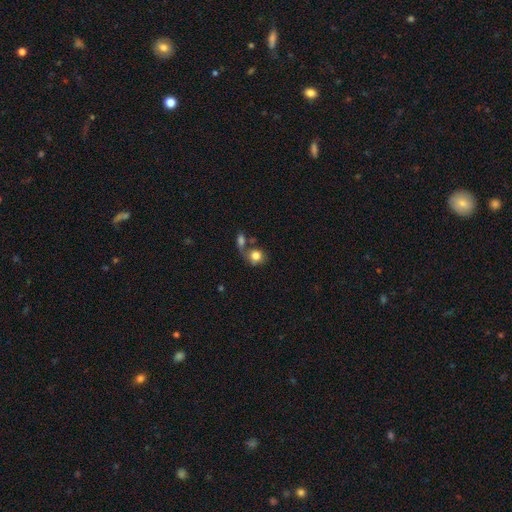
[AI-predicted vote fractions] Q: Smooth or featured?
A: smooth (79%); runner-up: featured or disk (12%)
Q: How rounded?
A: round (74%); runner-up: in between (25%)
Q: Merging?
A: merger (42%); runner-up: none (35%)